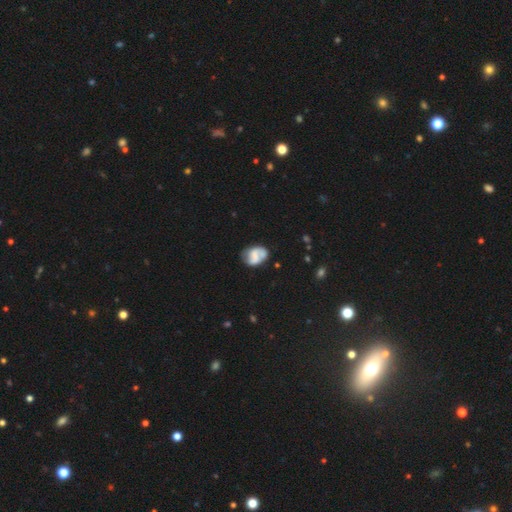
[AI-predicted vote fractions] This appears to be a featured or disk galaxy (48%). Merging: none (52%).